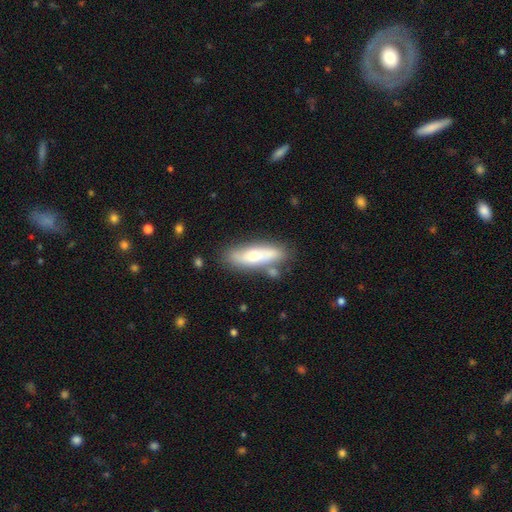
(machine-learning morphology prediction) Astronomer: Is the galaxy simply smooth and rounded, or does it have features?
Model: smooth — 58% (runner-up: featured or disk, 36%).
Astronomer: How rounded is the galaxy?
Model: cigar-shaped — 55% (runner-up: in between, 43%).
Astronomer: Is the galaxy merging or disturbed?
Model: none — 72%.